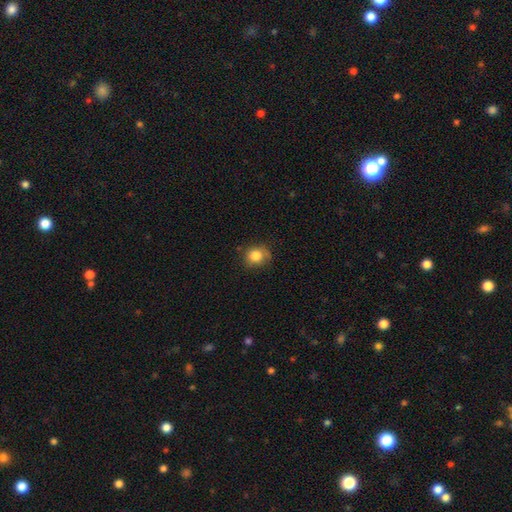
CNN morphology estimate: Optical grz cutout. It shows a smooth galaxy with no disk features (82%) that is round (76%). Merging: none (64%).